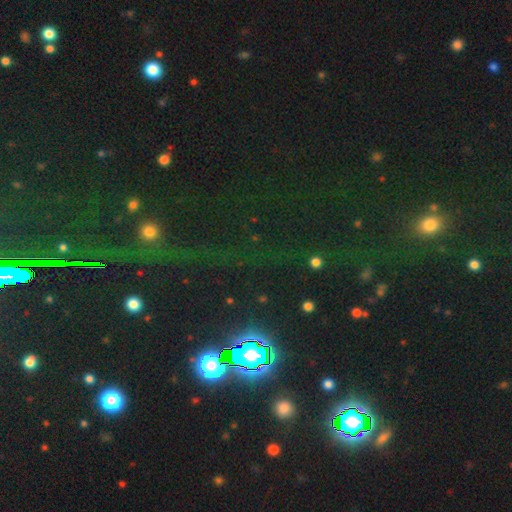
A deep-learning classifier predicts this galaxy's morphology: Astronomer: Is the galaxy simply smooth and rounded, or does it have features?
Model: star or artifact — 76%.